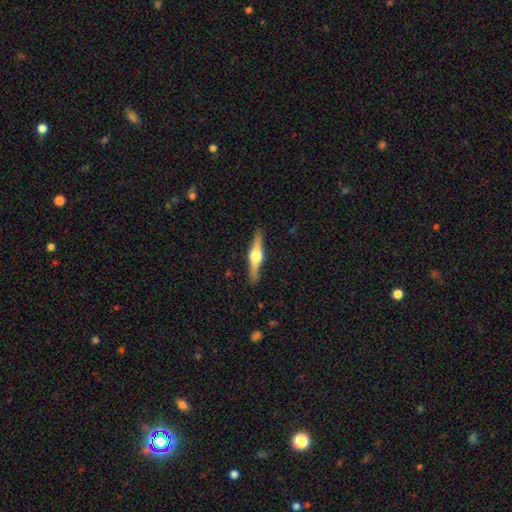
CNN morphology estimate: A featured or disk galaxy (76%) viewed edge-on (98%) with a rounded central bulge (94%).

Vote fractions:
- Smooth or featured? featured or disk: 76% / smooth: 19% / star or artifact: 5%
- Edge-on disk? yes: 98% / no: 2%
- Edge-on bulge? rounded: 94% / boxy: 4% / none: 1%
- Merging? none: 90% / minor disturbance: 7% / major disturbance: 2% / merger: 1%